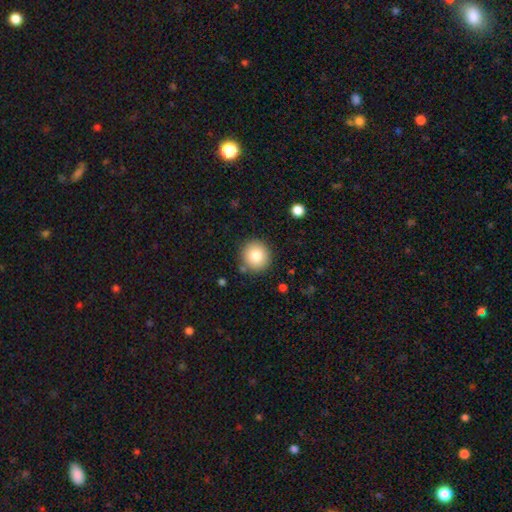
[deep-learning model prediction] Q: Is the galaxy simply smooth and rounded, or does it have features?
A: smooth — 81%.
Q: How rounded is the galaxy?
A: round — 93%.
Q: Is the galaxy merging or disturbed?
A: none — 87%.